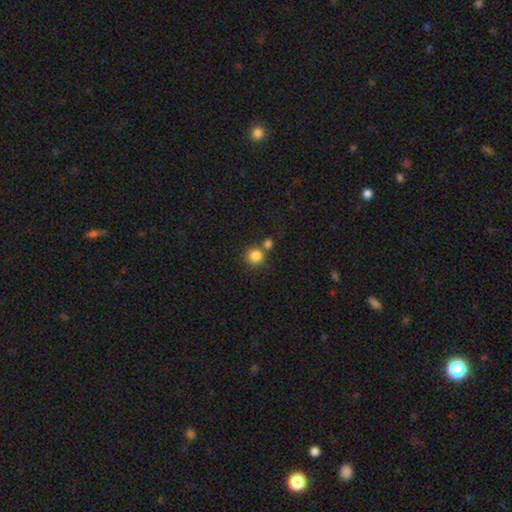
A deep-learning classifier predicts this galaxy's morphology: Smooth or featured: smooth — 84% (star or artifact — 11%)
How rounded: round — 92% (in between — 7%)
Merging: none — 66% (merger — 23%)